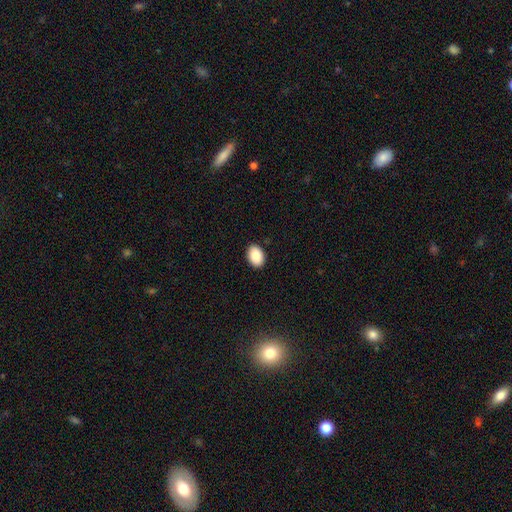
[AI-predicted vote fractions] Overall: smooth (90%). How rounded: in between (83%). Merging: none (89%).